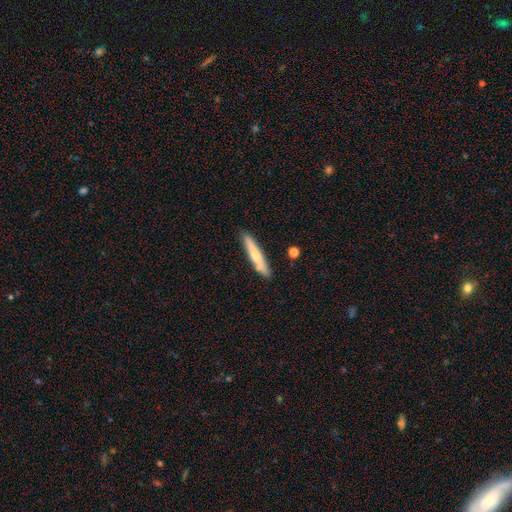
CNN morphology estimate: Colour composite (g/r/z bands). It shows a smooth galaxy with no disk features (59%) that is cigar-shaped (91%). Merging: none (82%).